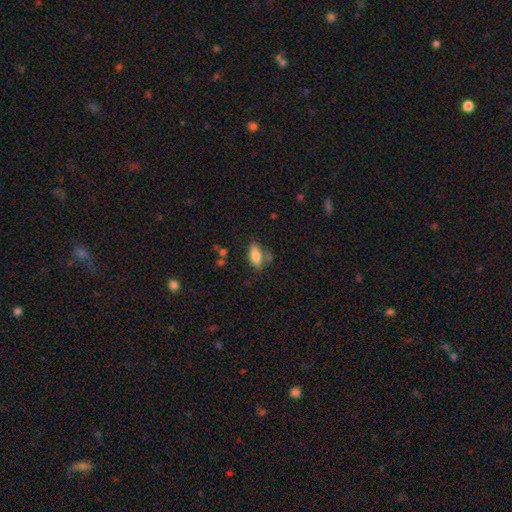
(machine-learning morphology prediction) A smooth galaxy with no disk features (80%) that is in between round and cigar-shaped (84%).

Vote fractions:
- Smooth or featured? smooth: 80% / featured or disk: 12% / star or artifact: 8%
- How rounded? in between: 84% / cigar-shaped: 13% / round: 3%
- Merging? none: 63% / minor disturbance: 20% / merger: 10% / major disturbance: 7%